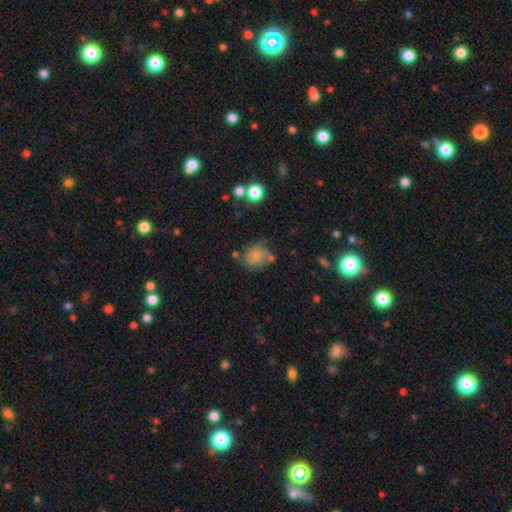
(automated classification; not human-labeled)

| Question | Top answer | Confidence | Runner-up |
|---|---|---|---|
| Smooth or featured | smooth | 69% | featured or disk (20%) |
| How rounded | round | 66% | in between (33%) |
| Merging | none | 55% | minor disturbance (24%) |